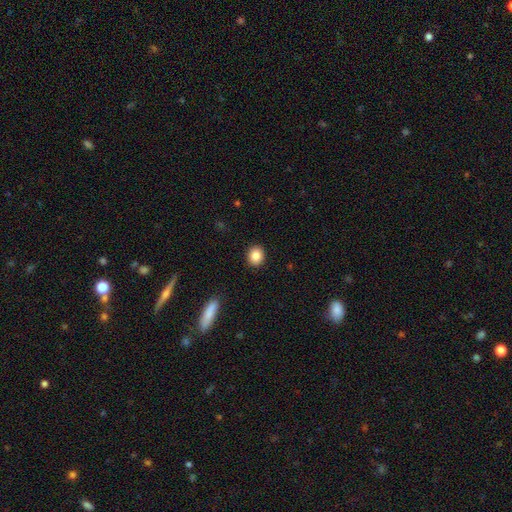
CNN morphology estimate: A smooth galaxy with no disk features (86%) that is round (69%). Merging: none (91%).